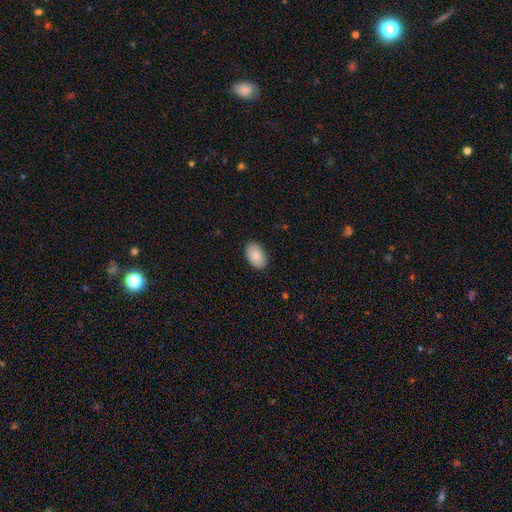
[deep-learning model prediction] The model was most divided on "smooth or featured": smooth: 87%, featured or disk: 7%, star or artifact: 6%. More confident: how rounded — in between (94%); merging — none (89%).